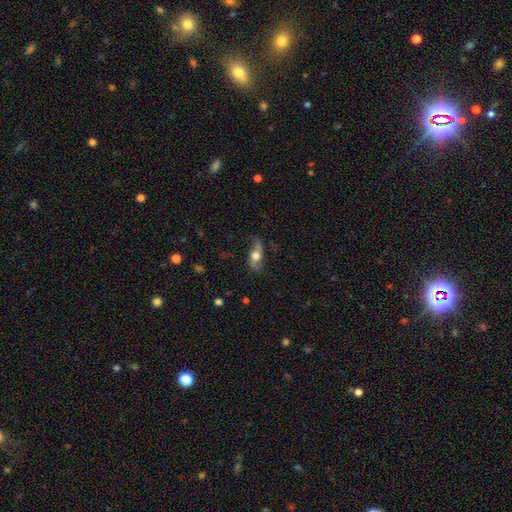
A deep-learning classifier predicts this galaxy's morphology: A featured or disk galaxy (61%). Merging: none (66%).